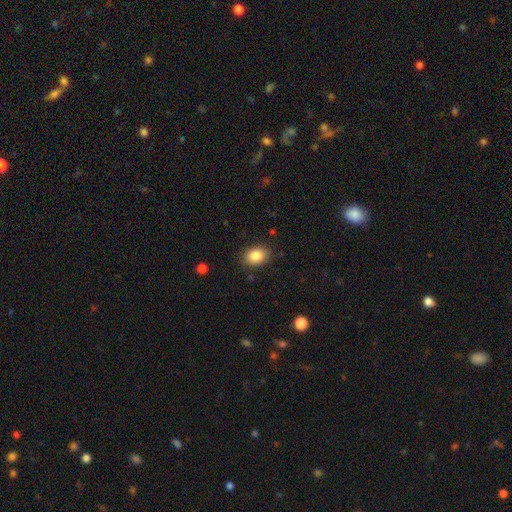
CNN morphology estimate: smooth 86%, star or artifact 9%, featured or disk 5%. Down the decision tree: how rounded — in between (70%); merging — none (84%).